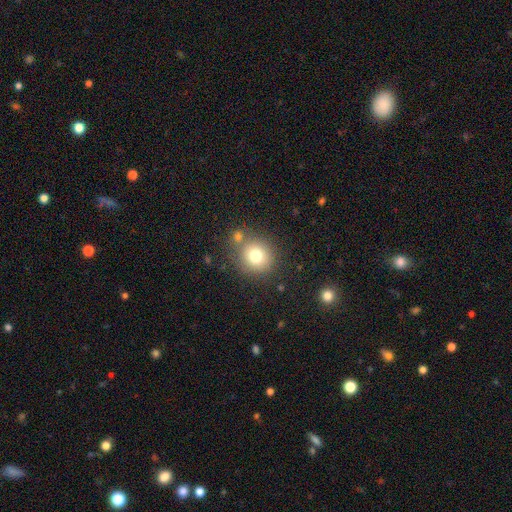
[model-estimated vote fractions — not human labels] smooth_or_featured: smooth (p=0.76) [alt: featured or disk p=0.12]
how_rounded: round (p=0.87) [alt: in between p=0.12]
merging: none (p=0.71) [alt: merger p=0.14]